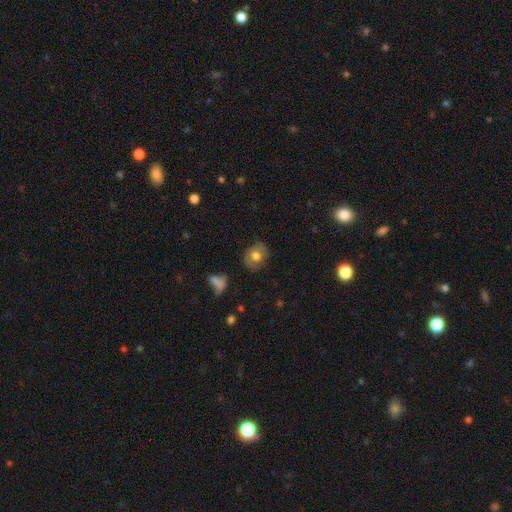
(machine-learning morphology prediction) smooth_or_featured: smooth (p=0.68) [alt: featured or disk p=0.24]
how_rounded: round (p=0.51) [alt: in between p=0.48]
merging: none (p=0.78) [alt: minor disturbance p=0.16]